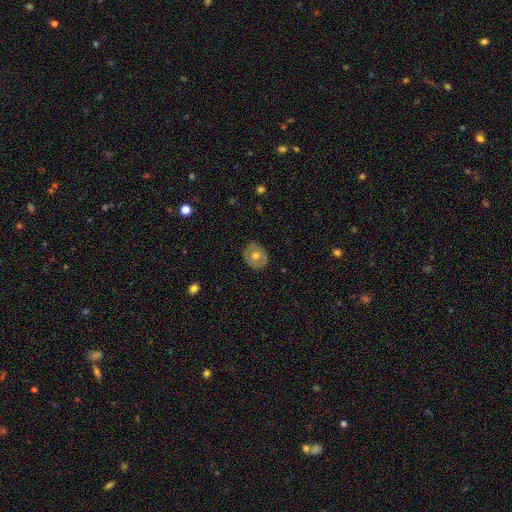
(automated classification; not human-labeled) smooth_or_featured: smooth (p=0.52) [alt: featured or disk p=0.41]
how_rounded: round (p=0.69) [alt: in between p=0.30]
merging: none (p=0.86) [alt: minor disturbance p=0.11]